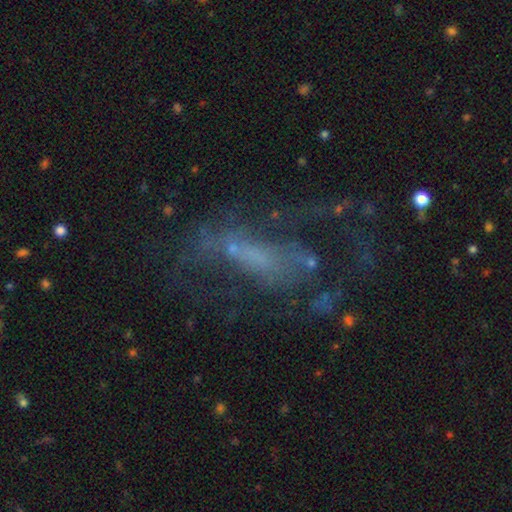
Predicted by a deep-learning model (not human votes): smooth-or-featured: featured or disk: 63% | smooth: 19% | star or artifact: 18%
  disk-edge-on: no: 90% | yes: 10%
    bar: no: 50% | weak: 31% | strong: 19%
    has-spiral-arms: yes: 50% (tied) | no: 50% (tied)
    bulge-size: none: 49% | small: 30% | moderate: 15% | large: 4% | dominant: 2%
  merging: none: 39% (tied) | major disturbance: 39% (tied) | minor disturbance: 16% | merger: 6%